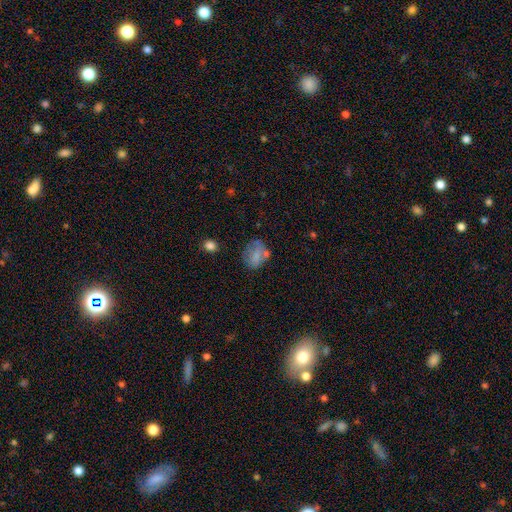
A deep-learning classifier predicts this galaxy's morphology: type=smooth (68%); roundness=in between (61%); merging=none (49%).